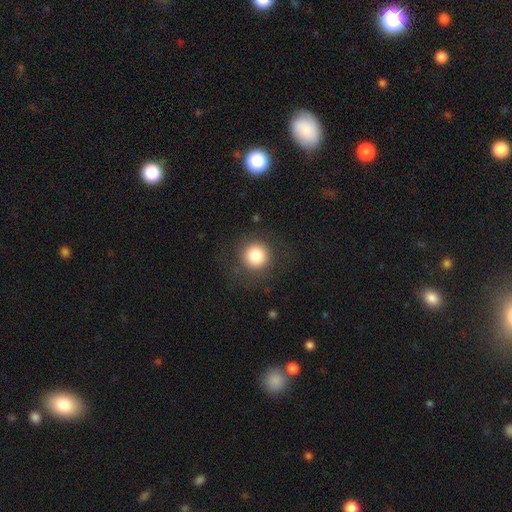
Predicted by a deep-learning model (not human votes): This appears to be a smooth galaxy with no disk features (83%) that is round (95%). Merging: none (87%).